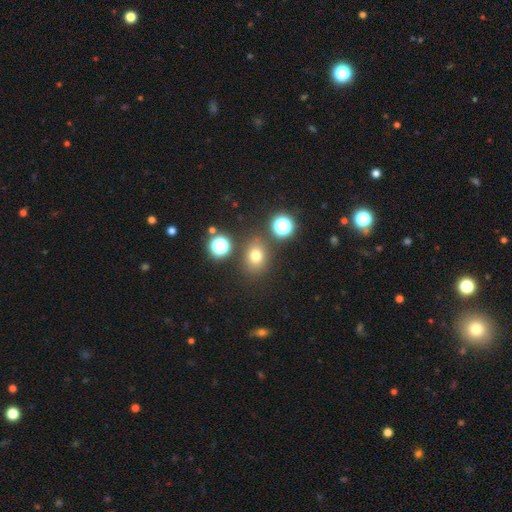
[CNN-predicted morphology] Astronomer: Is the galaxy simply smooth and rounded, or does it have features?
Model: smooth — 71%.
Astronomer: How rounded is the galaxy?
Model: round — 54% (runner-up: in between, 45%).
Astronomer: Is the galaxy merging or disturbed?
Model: none — 79%.